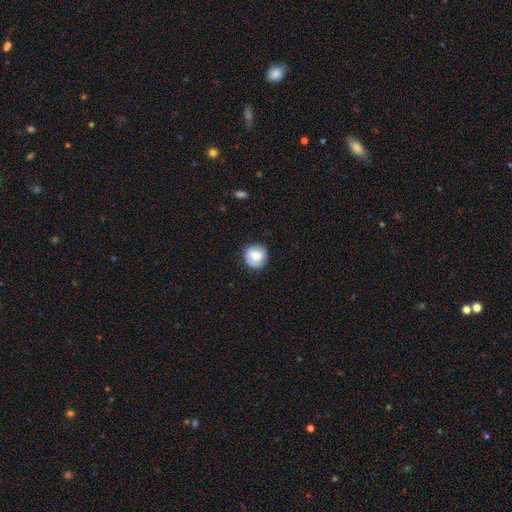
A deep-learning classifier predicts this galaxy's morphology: Overall: smooth (73%). How rounded: round (91%). Merging: none (83%).